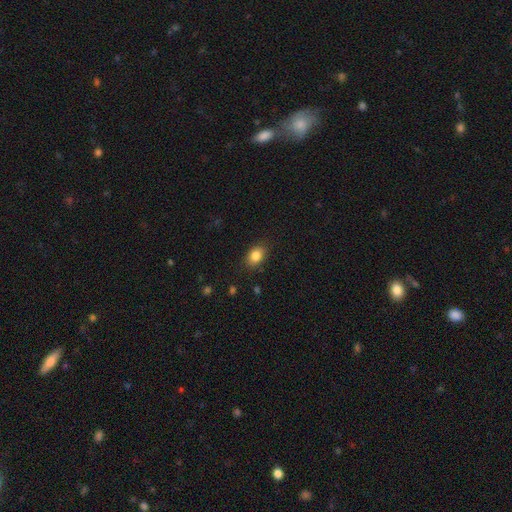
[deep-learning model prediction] This is clearly a smooth galaxy (85%). How rounded: likely in between (78%). Merging: clearly none (85%).